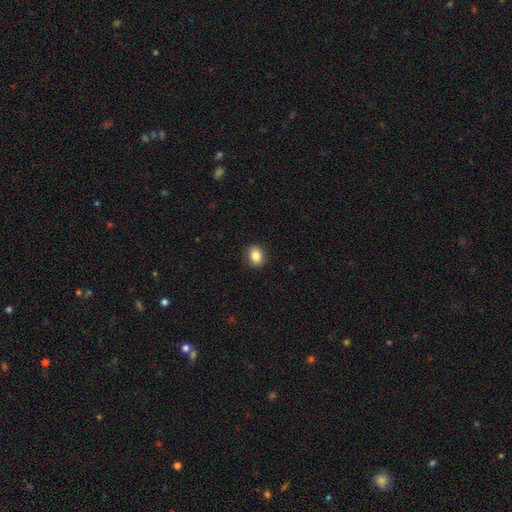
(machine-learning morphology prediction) Smooth or featured: smooth — 86% (star or artifact — 9%)
How rounded: round — 51% (in between — 47%)
Merging: none — 88% (minor disturbance — 9%)